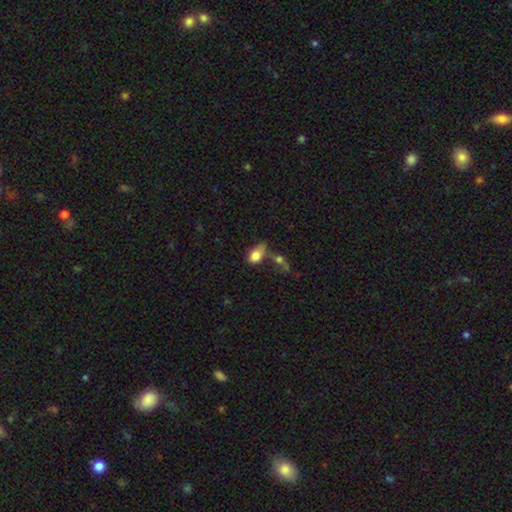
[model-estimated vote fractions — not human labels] A smooth galaxy with no disk features (78%) that is in between round and cigar-shaped (81%).

Vote fractions:
- Smooth or featured? smooth: 78% / featured or disk: 14% / star or artifact: 9%
- How rounded? in between: 81% / round: 16% / cigar-shaped: 3%
- Merging? merger: 39% / none: 28% / minor disturbance: 17% / major disturbance: 16%